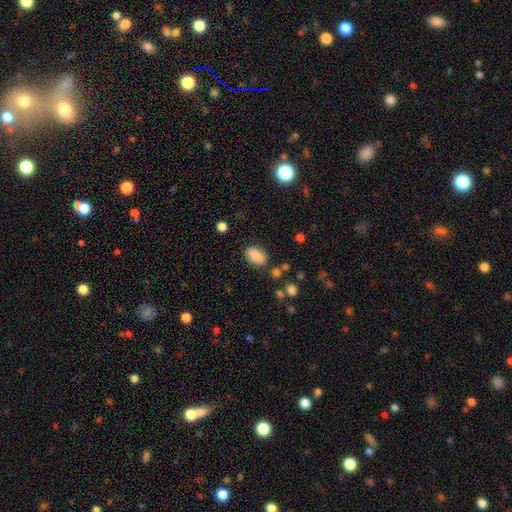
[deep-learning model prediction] The model was most divided on "merging": none: 80%, minor disturbance: 13%, major disturbance: 4%, merger: 4%. More confident: how rounded — in between (88%); smooth or featured — smooth (86%).